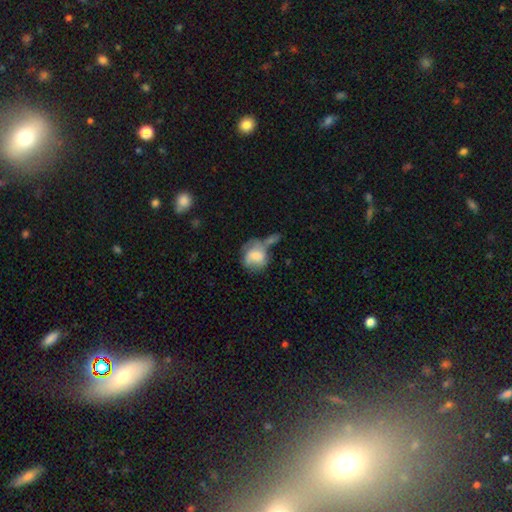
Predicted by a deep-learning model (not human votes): Morphology: type=smooth (62%); roundness=round (66%); merging=merger (33%).